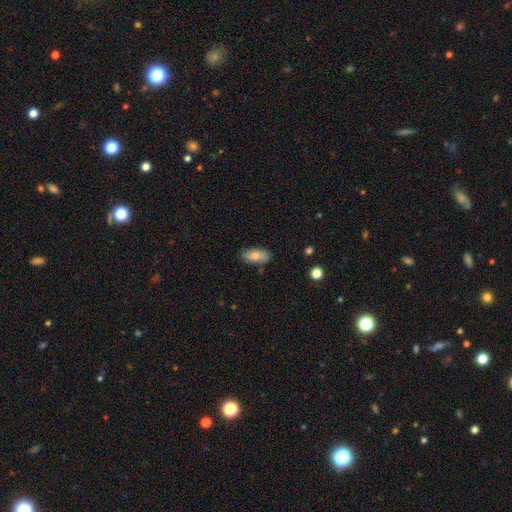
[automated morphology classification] The model was most divided on "smooth or featured": smooth: 78%, featured or disk: 15%, star or artifact: 7%. More confident: how rounded — in between (88%); merging — none (82%).